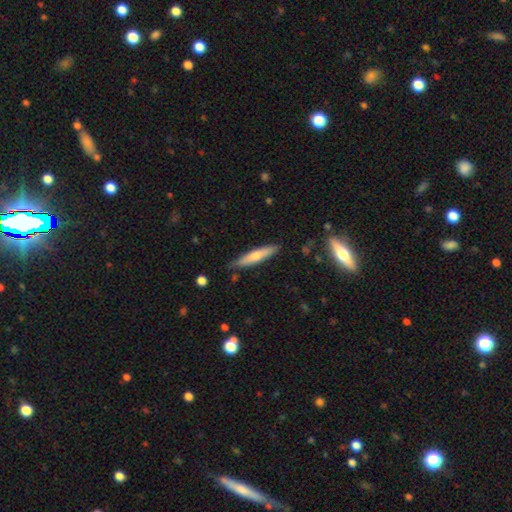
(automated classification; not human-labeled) Q: Smooth or featured?
A: smooth (58%); runner-up: featured or disk (36%)
Q: How rounded?
A: cigar-shaped (88%); runner-up: in between (11%)
Q: Merging?
A: none (85%); runner-up: minor disturbance (11%)